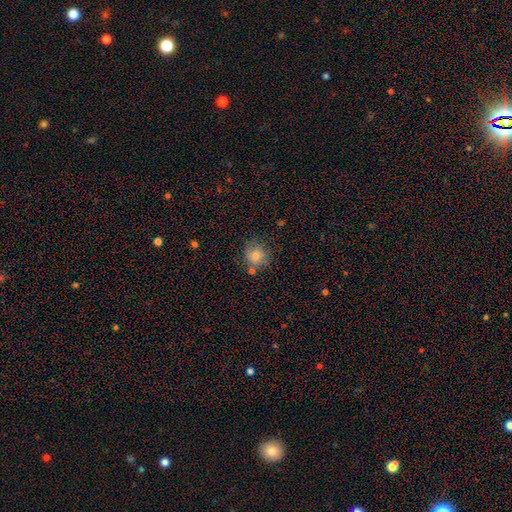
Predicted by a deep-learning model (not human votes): A smooth galaxy with no disk features (79%) that is round (88%).

Vote fractions:
- Smooth or featured? smooth: 79% / star or artifact: 11% / featured or disk: 10%
- How rounded? round: 88% / in between: 11% / cigar-shaped: 1%
- Merging? none: 71% / minor disturbance: 16% / merger: 9% / major disturbance: 5%